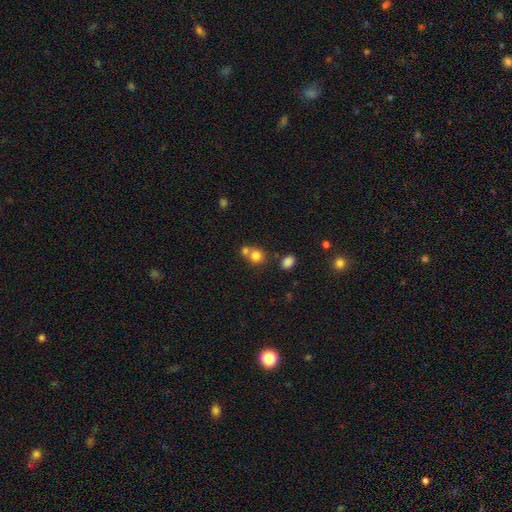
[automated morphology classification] A smooth galaxy with no disk features (78%) that is round (78%).

Vote fractions:
- Smooth or featured? smooth: 78% / star or artifact: 12% / featured or disk: 9%
- How rounded? round: 78% / in between: 21% / cigar-shaped: 1%
- Merging? none: 45% / merger: 44% / minor disturbance: 8% / major disturbance: 3%